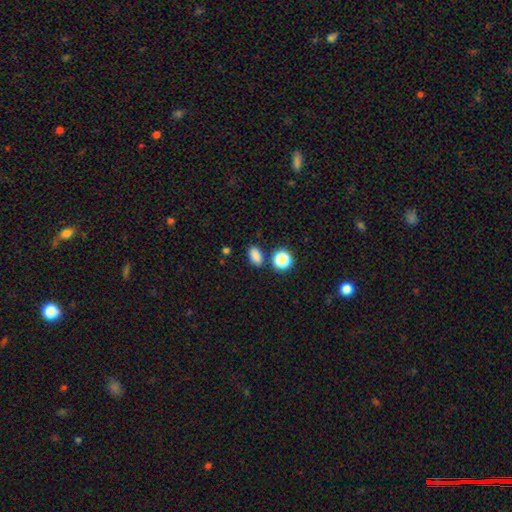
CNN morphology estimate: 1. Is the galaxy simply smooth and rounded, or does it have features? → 84% smooth, 12% star or artifact, 4% featured or disk.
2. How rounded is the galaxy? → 82% in between, 16% round, 2% cigar-shaped.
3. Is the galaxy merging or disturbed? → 82% none, 9% minor disturbance, 6% merger, 3% major disturbance.